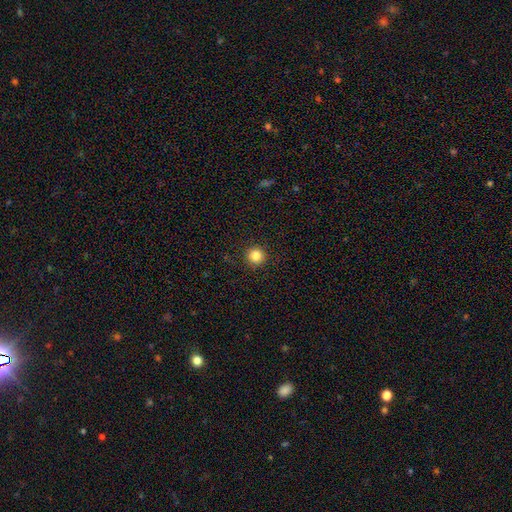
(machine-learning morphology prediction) The model was most divided on "smooth or featured": smooth: 84%, star or artifact: 11%, featured or disk: 5%. More confident: how rounded — round (96%); merging — none (92%).